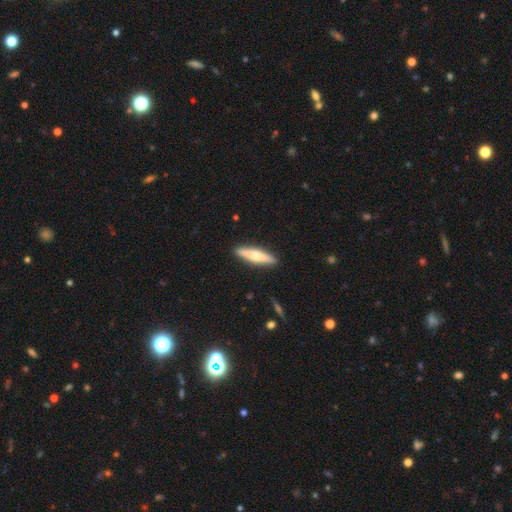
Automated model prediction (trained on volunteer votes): Smooth or featured? smooth (51%)
How rounded? cigar-shaped (78%)
Merging? none (90%)